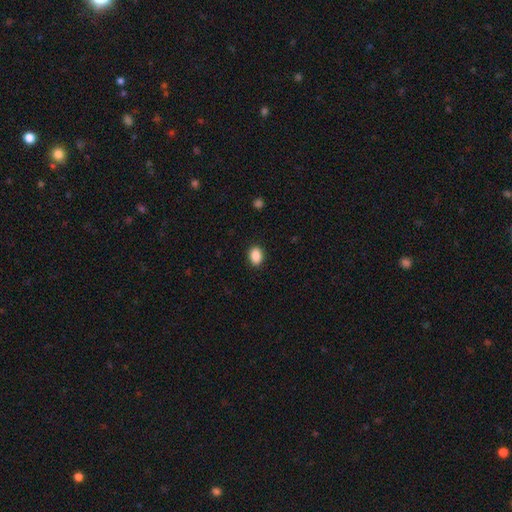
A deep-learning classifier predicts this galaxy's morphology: Q: Smooth or featured?
A: smooth (89%); runner-up: star or artifact (8%)
Q: How rounded?
A: in between (68%); runner-up: round (31%)
Q: Merging?
A: none (89%); runner-up: minor disturbance (8%)